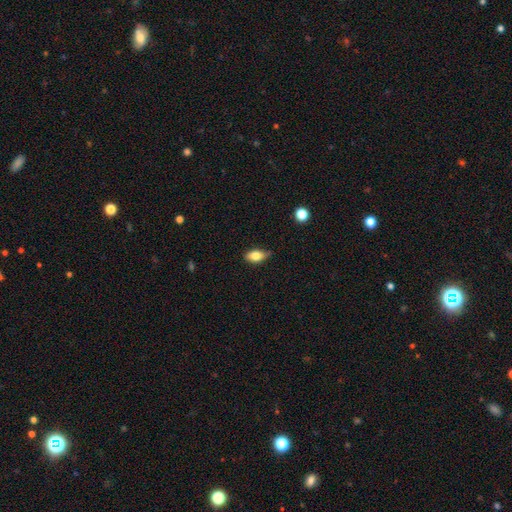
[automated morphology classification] This is likely a smooth galaxy (76%). How rounded: clearly in between (87%). Merging: likely none (68%).